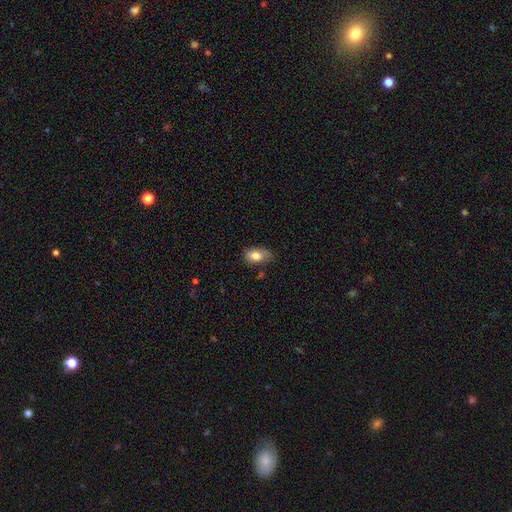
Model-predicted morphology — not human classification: Smooth or featured: smooth — 81% (featured or disk — 11%)
How rounded: in between — 86% (round — 11%)
Merging: none — 61% (minor disturbance — 30%)